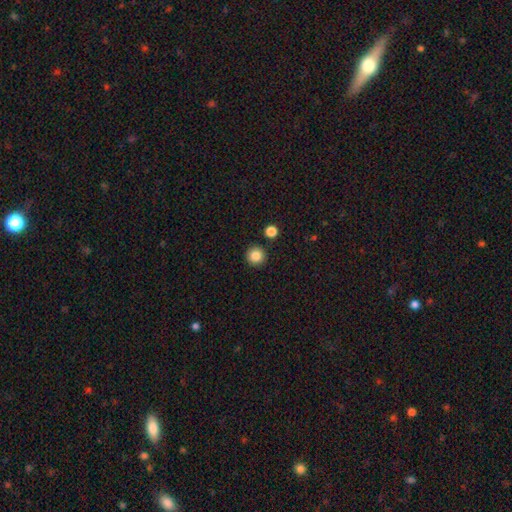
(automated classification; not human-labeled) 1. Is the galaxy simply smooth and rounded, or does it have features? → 86% smooth, 10% star or artifact, 4% featured or disk.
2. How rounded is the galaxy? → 95% round, 4% in between, 1% cigar-shaped.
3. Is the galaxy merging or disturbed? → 90% none, 5% minor disturbance, 3% merger, 2% major disturbance.